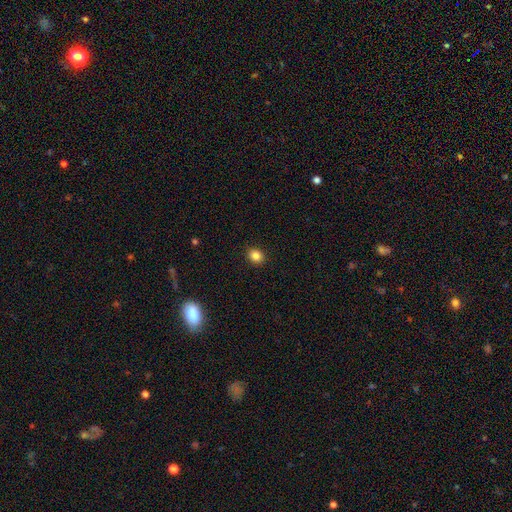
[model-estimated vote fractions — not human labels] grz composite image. It shows a smooth galaxy with no disk features (84%) that is round (62%). Merging: none (91%).